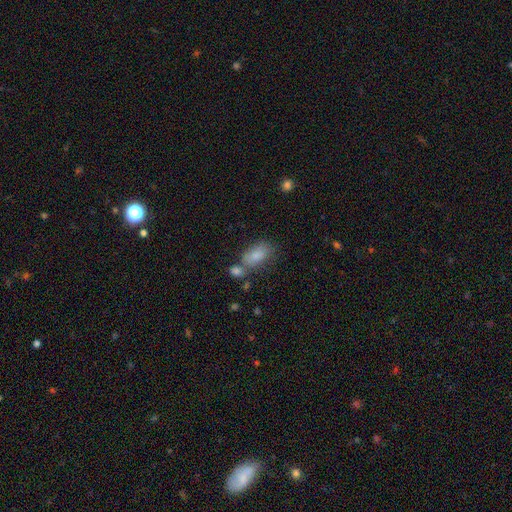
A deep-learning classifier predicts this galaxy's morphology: This appears to be a smooth galaxy with no disk features (82%) that is in between round and cigar-shaped (90%). Merging: none (52%).